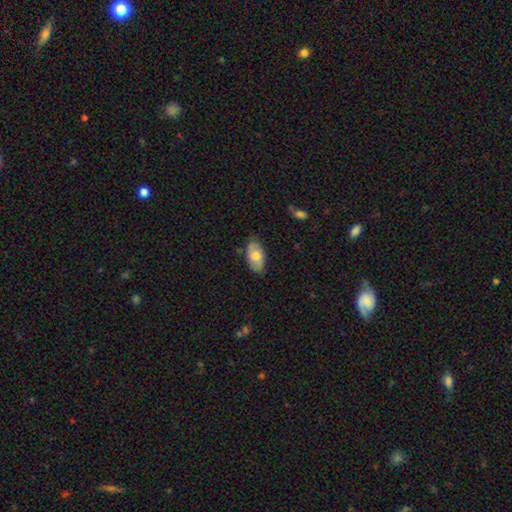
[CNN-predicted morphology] smooth-or-featured: smooth: 67% | featured or disk: 27% | star or artifact: 6%
  how-rounded: in between: 94% | round: 3% | cigar-shaped: 3%
  merging: none: 81% | minor disturbance: 15% | major disturbance: 3% | merger: 1%